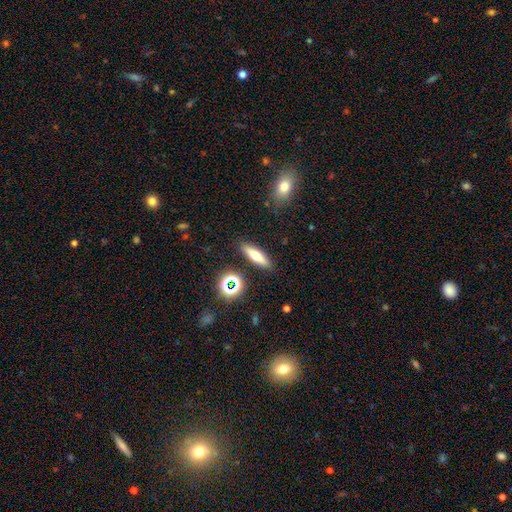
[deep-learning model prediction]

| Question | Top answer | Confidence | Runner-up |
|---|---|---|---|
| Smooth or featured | smooth | 62% | featured or disk (27%) |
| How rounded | cigar-shaped | 66% | in between (30%) |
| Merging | none | 87% | minor disturbance (8%) |